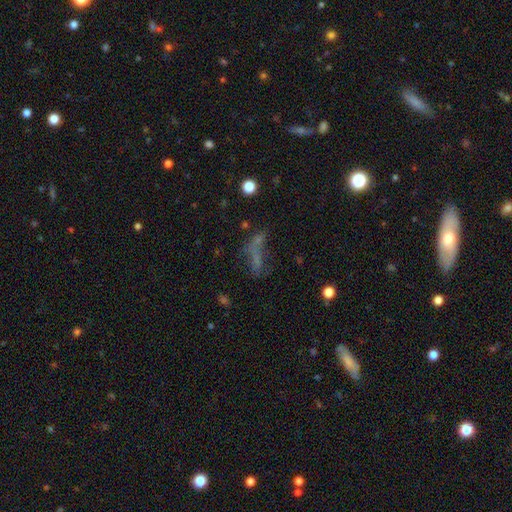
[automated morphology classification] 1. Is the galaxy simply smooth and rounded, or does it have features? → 42% smooth, 29% star or artifact, 29% featured or disk.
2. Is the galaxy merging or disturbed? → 40% none, 25% major disturbance, 17% merger, 17% minor disturbance.